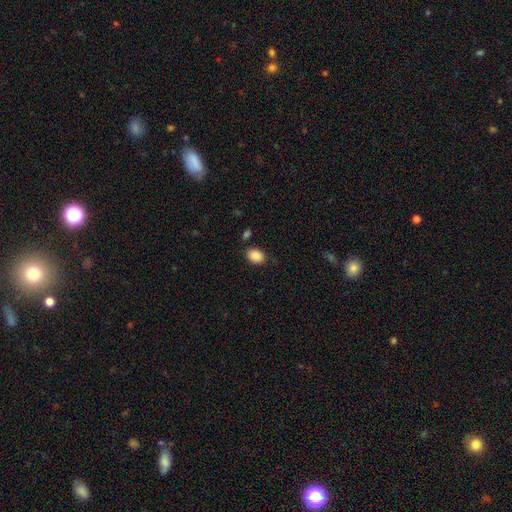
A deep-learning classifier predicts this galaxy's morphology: smooth_or_featured: smooth (p=0.89) [alt: star or artifact p=0.08]
how_rounded: in between (p=0.73) [alt: round p=0.26]
merging: none (p=0.82) [alt: minor disturbance p=0.12]